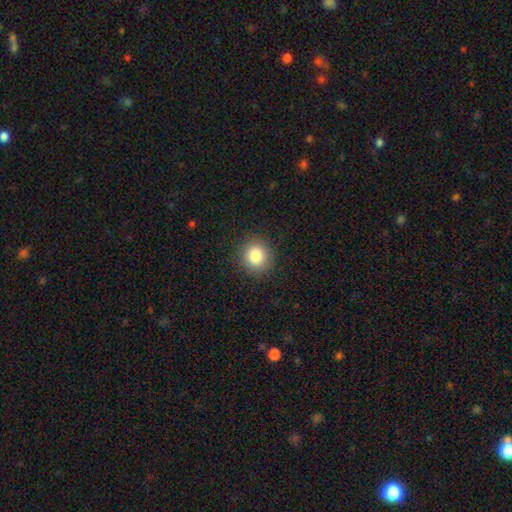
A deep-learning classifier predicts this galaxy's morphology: Smooth or featured? Predicted: smooth (p=0.82). How rounded? Predicted: round (p=0.87). Merging? Predicted: none (p=0.90).